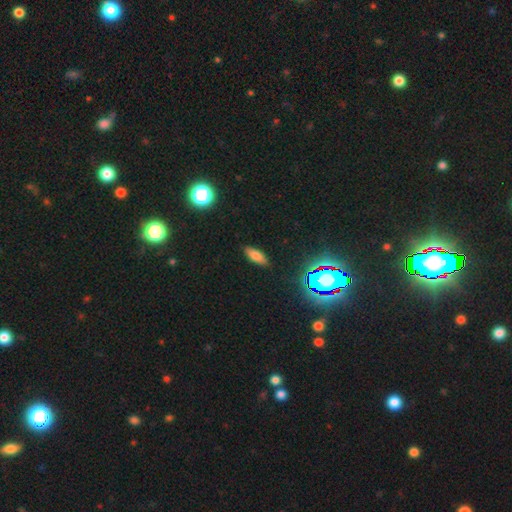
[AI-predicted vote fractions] Overall: smooth (71%). How rounded: in between (69%). Merging: none (87%).